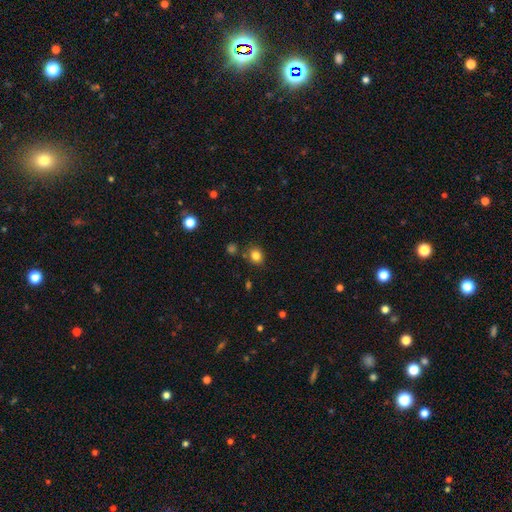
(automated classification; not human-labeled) A smooth galaxy with no disk features (82%) that is round (69%). Merging: none (80%).